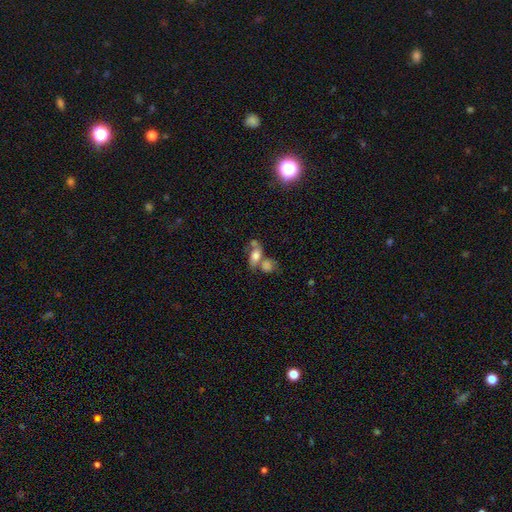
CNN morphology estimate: Smooth or featured? smooth (65%)
How rounded? in between (77%)
Merging? merger (46%)